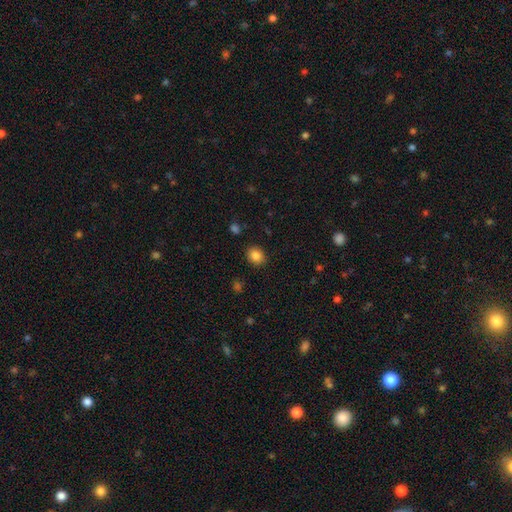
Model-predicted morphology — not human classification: A smooth galaxy with no disk features (85%) that is round (59%). Merging: none (89%).